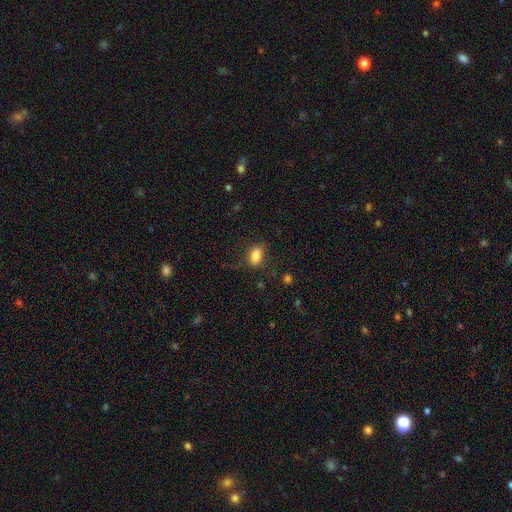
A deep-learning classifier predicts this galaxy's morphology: smooth_or_featured: smooth (p=0.83) [alt: star or artifact p=0.09]
how_rounded: in between (p=0.85) [alt: round p=0.11]
merging: none (p=0.75) [alt: minor disturbance p=0.17]